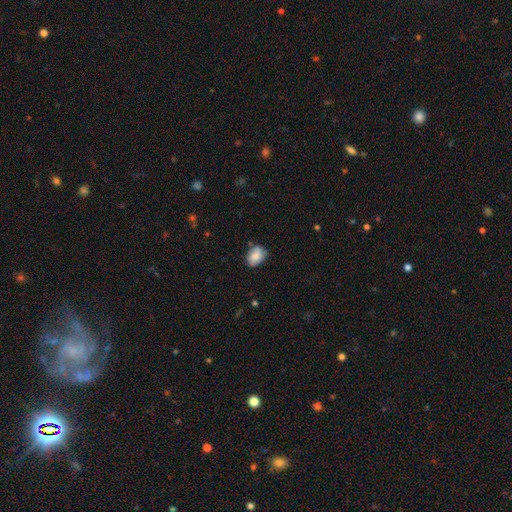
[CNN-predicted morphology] Overall: smooth (80%). How rounded: in between (73%). Merging: none (71%).